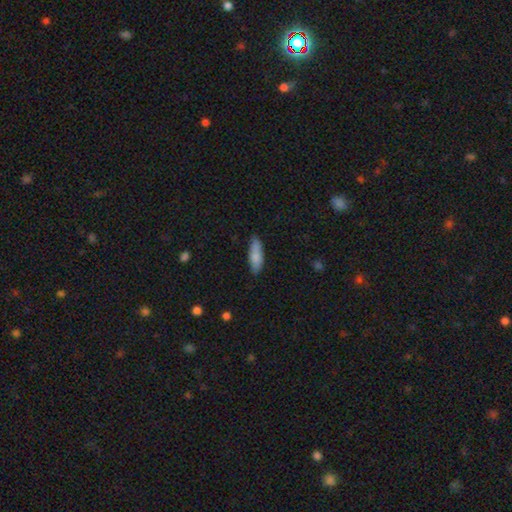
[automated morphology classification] Smooth or featured? Predicted: smooth (p=0.80). How rounded? Predicted: in between (p=0.54). Merging? Predicted: none (p=0.79).